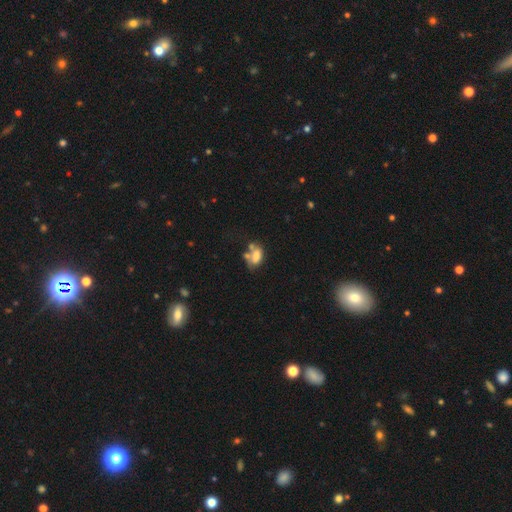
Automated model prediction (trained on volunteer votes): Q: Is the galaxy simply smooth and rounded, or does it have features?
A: smooth — 68%.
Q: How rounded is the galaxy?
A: in between — 86%.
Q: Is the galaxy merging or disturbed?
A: merger — 37%.